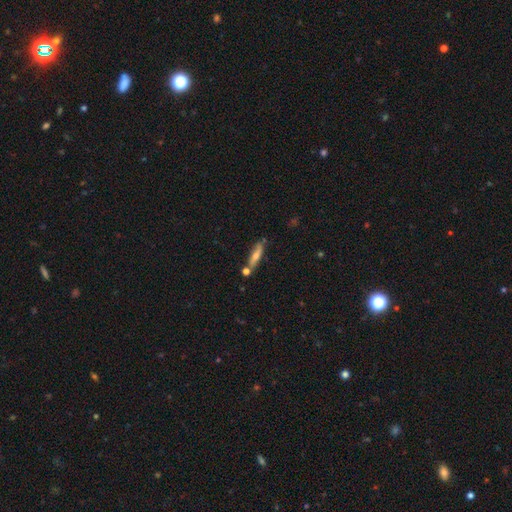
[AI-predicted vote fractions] smooth_or_featured: smooth (p=0.45) [tied with: featured or disk p=0.45]
merging: none (p=0.72) [alt: minor disturbance p=0.15]